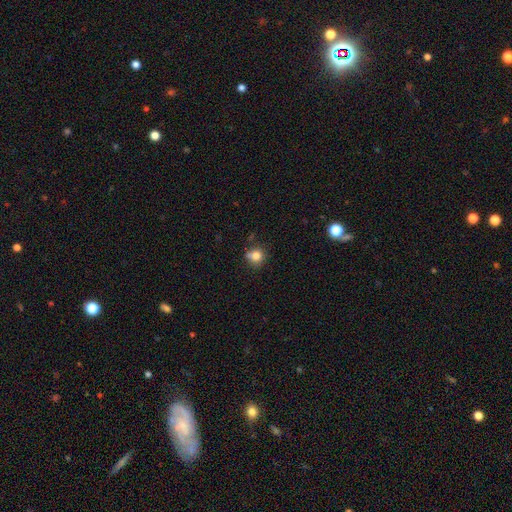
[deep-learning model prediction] The model was most divided on "merging": none: 66%, minor disturbance: 20%, merger: 9%, major disturbance: 5%. More confident: how rounded — round (85%); smooth or featured — smooth (81%).